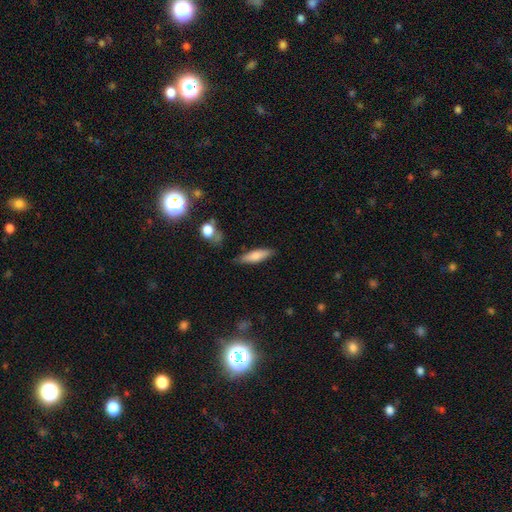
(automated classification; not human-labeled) Morphology: type=smooth (73%); roundness=cigar-shaped (61%); merging=none (78%).